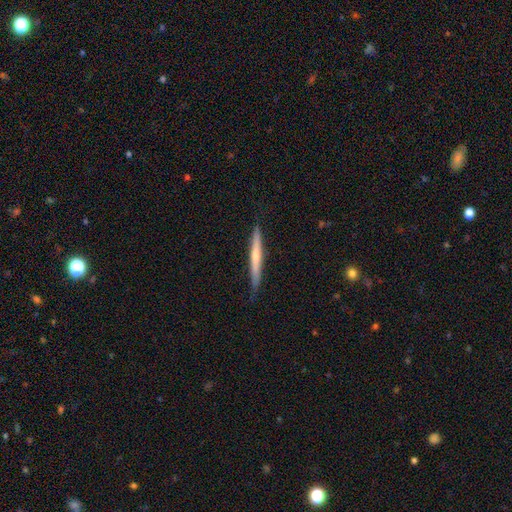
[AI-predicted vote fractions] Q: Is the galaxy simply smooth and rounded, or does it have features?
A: smooth — 49%.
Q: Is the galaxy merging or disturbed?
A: none — 83%.